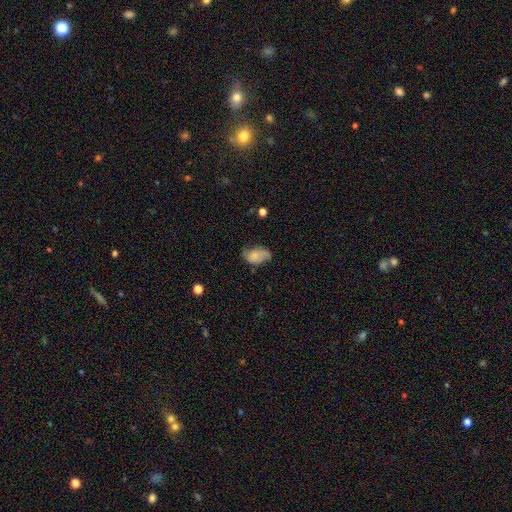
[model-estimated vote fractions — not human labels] smooth 63%, featured or disk 29%, star or artifact 9%. Down the decision tree: how rounded — in between (90%); merging — none (47%).